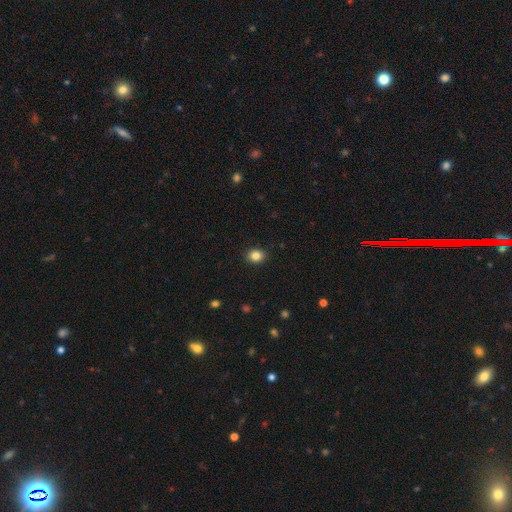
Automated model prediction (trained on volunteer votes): This appears to be a smooth galaxy with no disk features (85%) that is round (62%). Merging: none (90%).